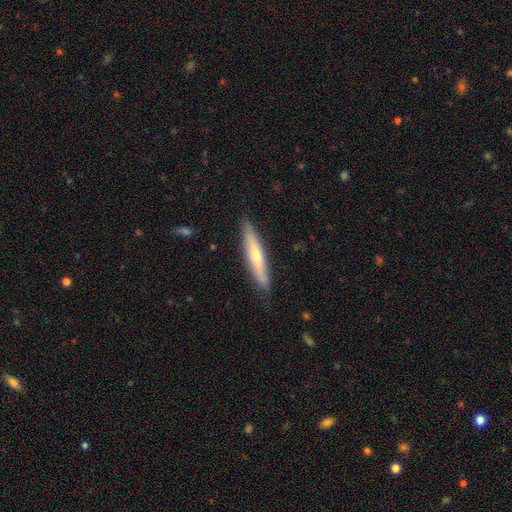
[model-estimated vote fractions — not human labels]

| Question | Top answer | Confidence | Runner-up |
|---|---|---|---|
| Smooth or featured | smooth | 49% | featured or disk (45%) |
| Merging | none | 85% | minor disturbance (12%) |